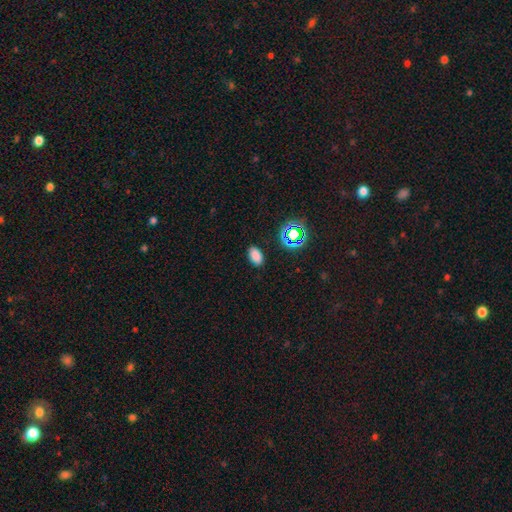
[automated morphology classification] Smooth or featured? smooth (78%)
How rounded? in between (90%)
Merging? none (87%)